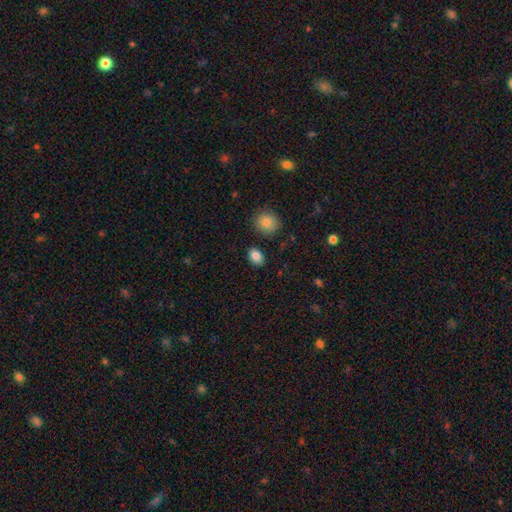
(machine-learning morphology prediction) Q: Smooth or featured?
A: smooth (86%); runner-up: star or artifact (9%)
Q: How rounded?
A: in between (78%); runner-up: round (21%)
Q: Merging?
A: none (86%); runner-up: minor disturbance (9%)